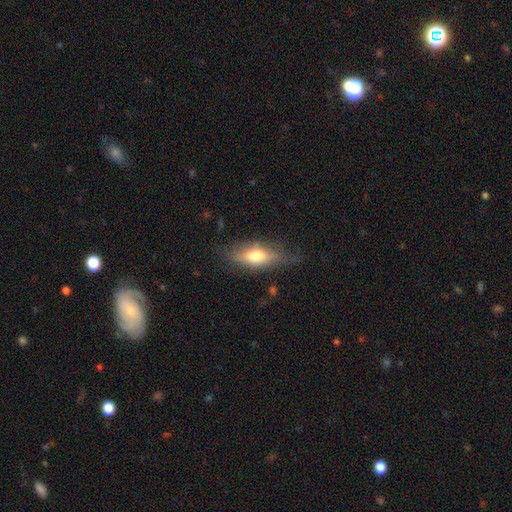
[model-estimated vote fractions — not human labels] smooth_or_featured: smooth (p=0.64) [alt: featured or disk p=0.29]
how_rounded: in between (p=0.69) [alt: cigar-shaped p=0.28]
merging: none (p=0.64) [alt: minor disturbance p=0.25]